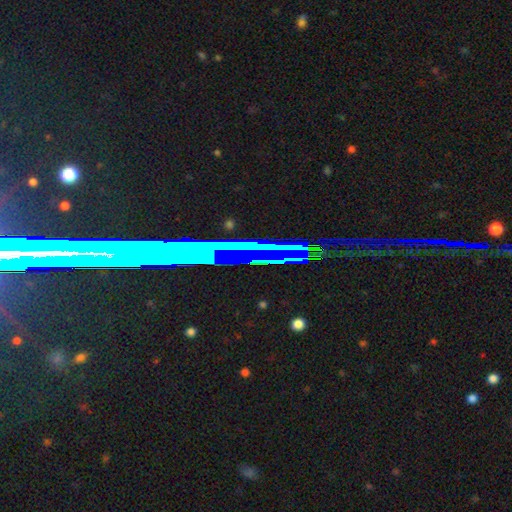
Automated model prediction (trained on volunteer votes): star or artifact 60%, featured or disk 28%, smooth 11%.